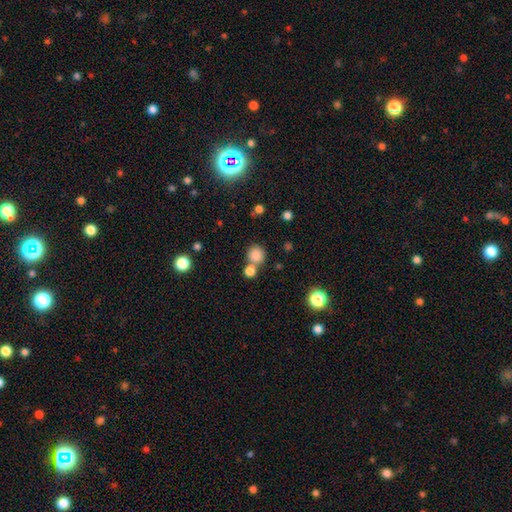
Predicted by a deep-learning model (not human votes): This appears to be a smooth galaxy with no disk features (83%) that is round (88%). Merging: none (58%).